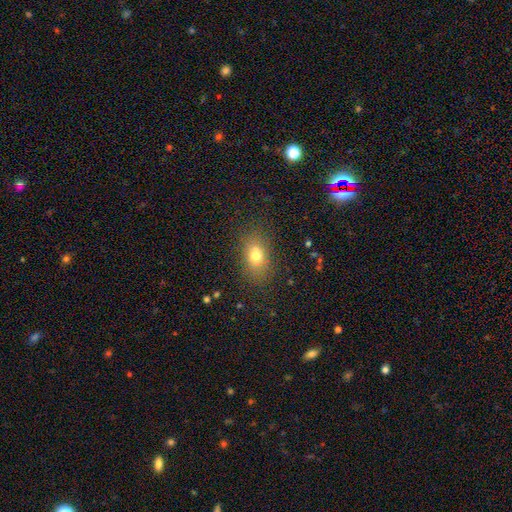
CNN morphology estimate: Smooth or featured? smooth (75%)
How rounded? in between (74%)
Merging? none (82%)